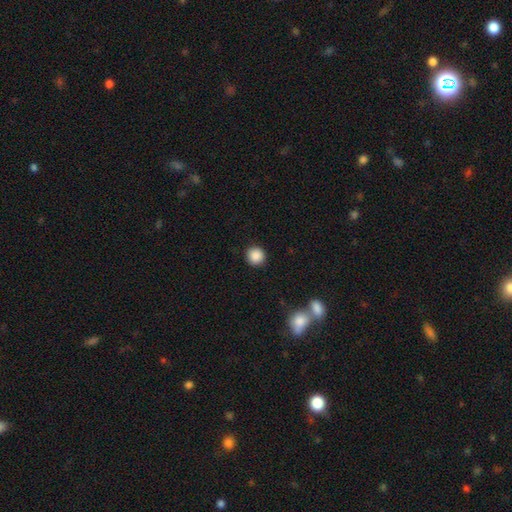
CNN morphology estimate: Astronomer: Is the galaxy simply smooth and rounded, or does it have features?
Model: smooth — 88%.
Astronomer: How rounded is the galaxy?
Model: round — 94%.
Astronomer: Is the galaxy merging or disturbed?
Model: none — 91%.